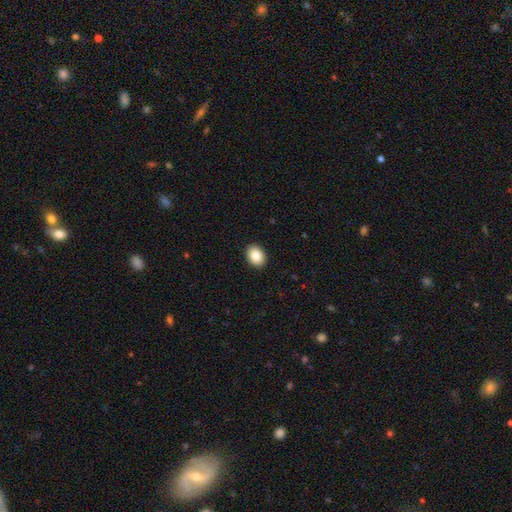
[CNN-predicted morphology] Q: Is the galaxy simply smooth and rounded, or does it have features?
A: smooth — 86%.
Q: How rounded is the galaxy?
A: in between — 67%.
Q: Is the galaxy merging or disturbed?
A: none — 92%.